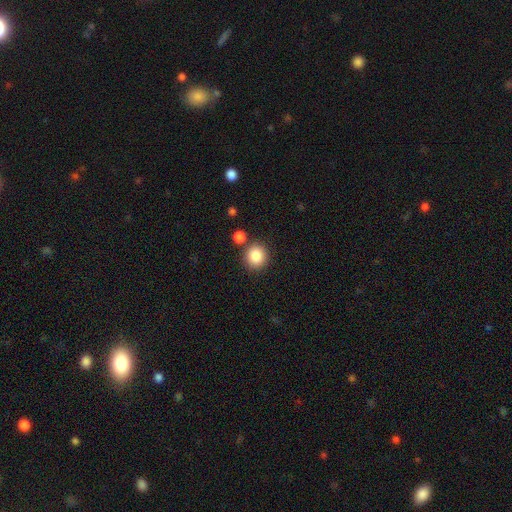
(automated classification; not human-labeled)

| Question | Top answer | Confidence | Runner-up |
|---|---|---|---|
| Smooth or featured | smooth | 86% | star or artifact (9%) |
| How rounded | round | 88% | in between (11%) |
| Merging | none | 80% | merger (9%) |